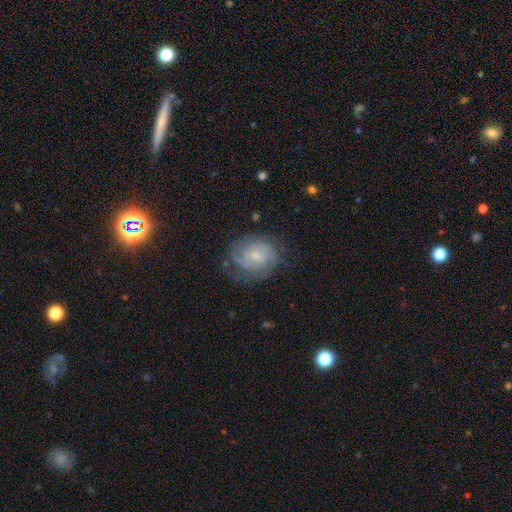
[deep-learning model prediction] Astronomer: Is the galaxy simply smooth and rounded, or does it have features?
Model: featured or disk — 65%.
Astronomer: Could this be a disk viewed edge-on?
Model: no — 98%.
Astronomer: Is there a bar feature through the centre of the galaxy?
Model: no — 54% (runner-up: weak, 40%).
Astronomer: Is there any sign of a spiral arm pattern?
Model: yes — 86%.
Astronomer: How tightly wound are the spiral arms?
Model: tight — 51% (runner-up: medium, 36%).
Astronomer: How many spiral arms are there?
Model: can't tell — 41% (runner-up: 2, 30%).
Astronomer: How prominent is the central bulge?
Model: small — 67%.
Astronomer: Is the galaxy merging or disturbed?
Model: none — 62%.